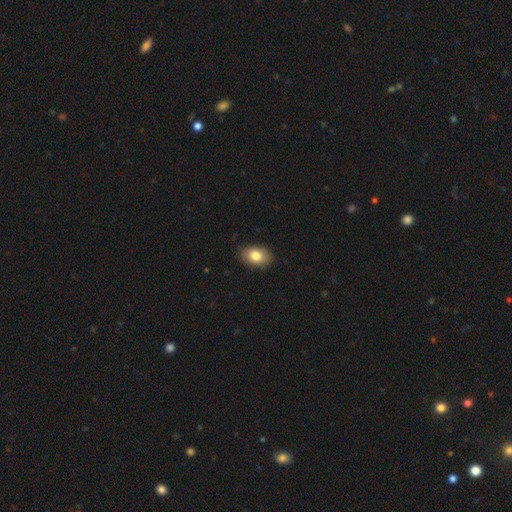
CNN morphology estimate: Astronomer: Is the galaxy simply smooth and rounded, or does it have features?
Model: smooth — 81%.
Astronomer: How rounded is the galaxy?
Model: in between — 85%.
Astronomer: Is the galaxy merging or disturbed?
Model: none — 84%.